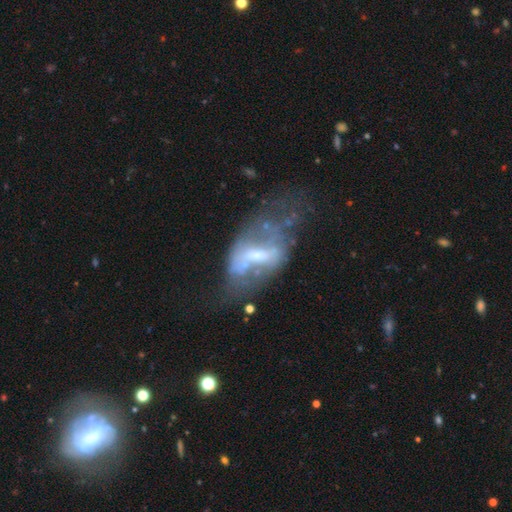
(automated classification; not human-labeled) Overall: featured or disk (68%). Edge-on disk: no (92%). Bar: weak (37%; no 31%). Spiral arms: no (62%; yes 38%). Bulge size: moderate (43%; small 40%). Merging: major disturbance (35%; none 30%).